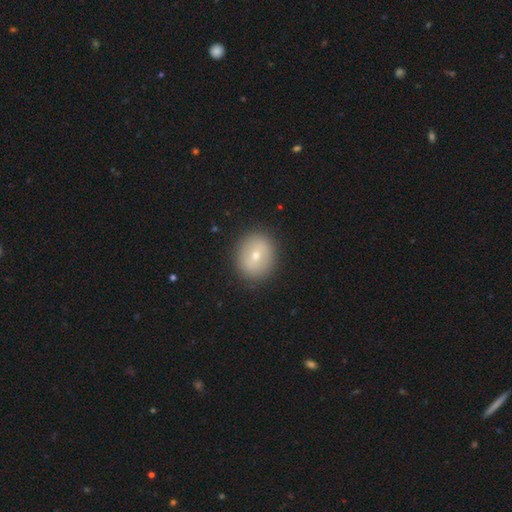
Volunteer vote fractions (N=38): This appears to be a smooth galaxy with no disk features (63%) that is round (71%). Merging: none (94%).